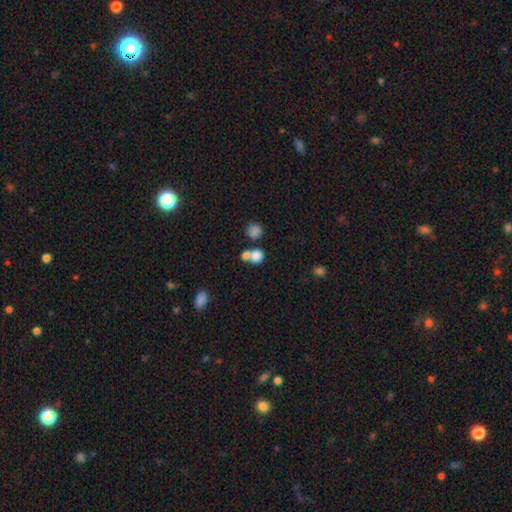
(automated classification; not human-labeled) Smooth or featured: smooth — 79% (star or artifact — 11%)
How rounded: round — 80% (in between — 19%)
Merging: merger — 50% (none — 39%)